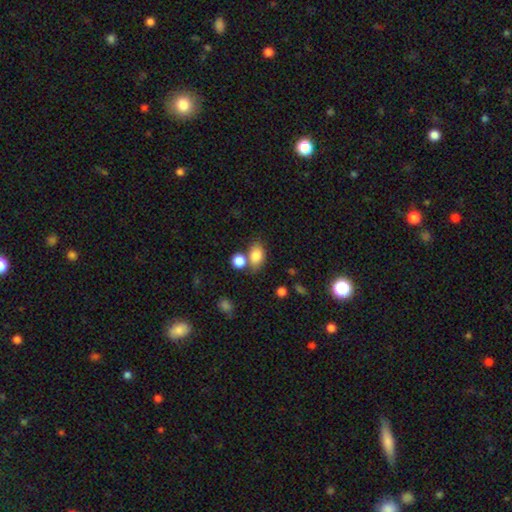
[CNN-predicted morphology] Smooth or featured?
  - smooth: 82% *
  - star or artifact: 9%
  - featured or disk: 8%
How rounded?
  - in between: 78% *
  - round: 20%
  - cigar-shaped: 2%
Merging?
  - none: 56% *
  - merger: 26%
  - minor disturbance: 14%
  - major disturbance: 5%